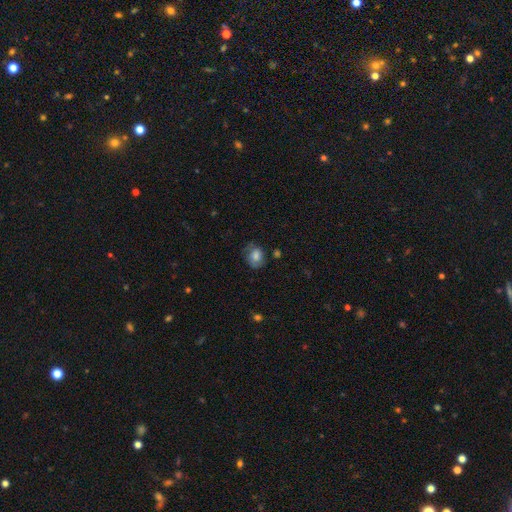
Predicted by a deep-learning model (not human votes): A smooth galaxy with no disk features (73%) that is round (54%). Merging: none (60%).